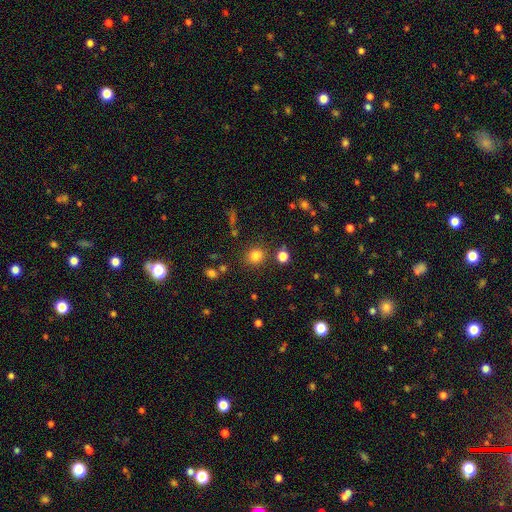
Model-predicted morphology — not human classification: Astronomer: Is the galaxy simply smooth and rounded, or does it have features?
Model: smooth — 81%.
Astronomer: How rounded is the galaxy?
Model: round — 81%.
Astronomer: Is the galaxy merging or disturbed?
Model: none — 83%.